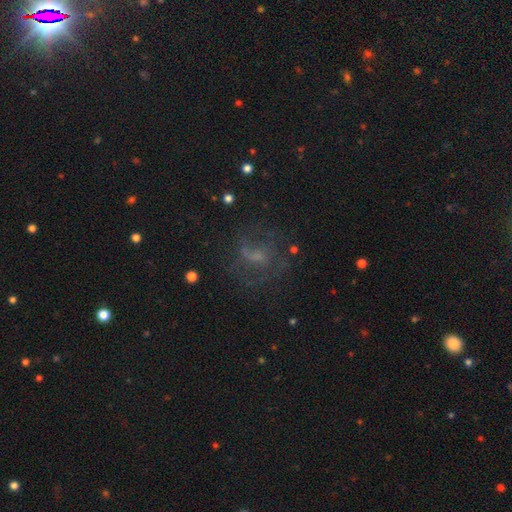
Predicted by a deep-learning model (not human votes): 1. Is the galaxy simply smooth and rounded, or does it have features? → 54% featured or disk, 25% smooth, 21% star or artifact.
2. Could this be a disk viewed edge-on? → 97% no, 3% yes.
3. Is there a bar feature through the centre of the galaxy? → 53% no, 39% weak, 8% strong.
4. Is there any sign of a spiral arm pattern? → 68% yes, 32% no.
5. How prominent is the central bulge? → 43% small, 27% none, 25% moderate, 3% large, 1% dominant.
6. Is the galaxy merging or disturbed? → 58% none, 22% major disturbance, 18% minor disturbance, 2% merger.